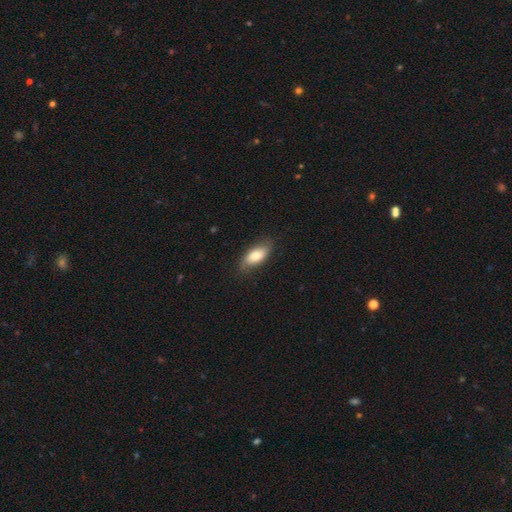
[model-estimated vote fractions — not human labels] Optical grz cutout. It shows a smooth galaxy with no disk features (73%) that is in between round and cigar-shaped (87%). Merging: none (76%).